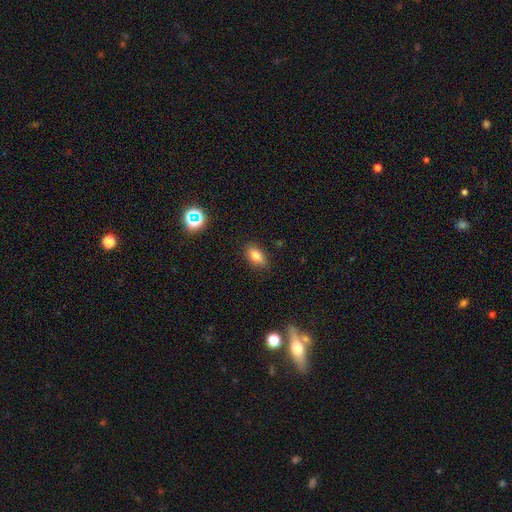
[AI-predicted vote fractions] A smooth galaxy with no disk features (76%) that is in between round and cigar-shaped (83%).

Vote fractions:
- Smooth or featured? smooth: 76% / featured or disk: 13% / star or artifact: 11%
- How rounded? in between: 83% / round: 9% / cigar-shaped: 8%
- Merging? none: 83% / minor disturbance: 13% / major disturbance: 2% / merger: 1%